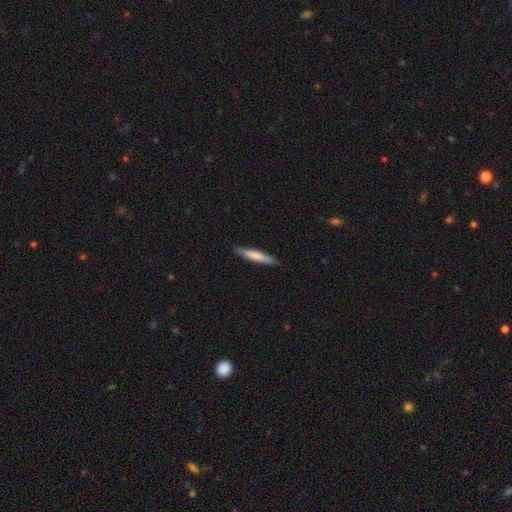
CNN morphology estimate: Overall: smooth (73%). How rounded: cigar-shaped (92%). Merging: none (90%).